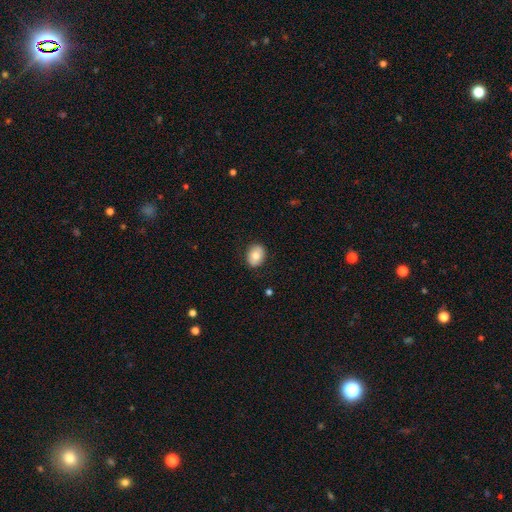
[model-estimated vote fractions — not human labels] Smooth or featured? Predicted: smooth (p=0.76). How rounded? Predicted: in between (p=0.54). Merging? Predicted: none (p=0.87).